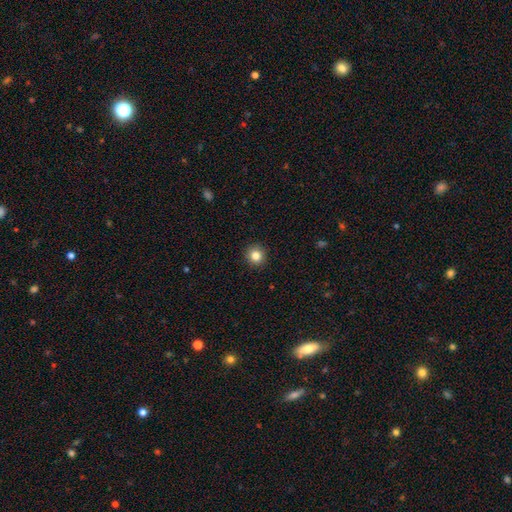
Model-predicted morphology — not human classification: Q: Smooth or featured?
A: smooth (84%); runner-up: star or artifact (11%)
Q: How rounded?
A: round (91%); runner-up: in between (8%)
Q: Merging?
A: none (92%); runner-up: minor disturbance (5%)